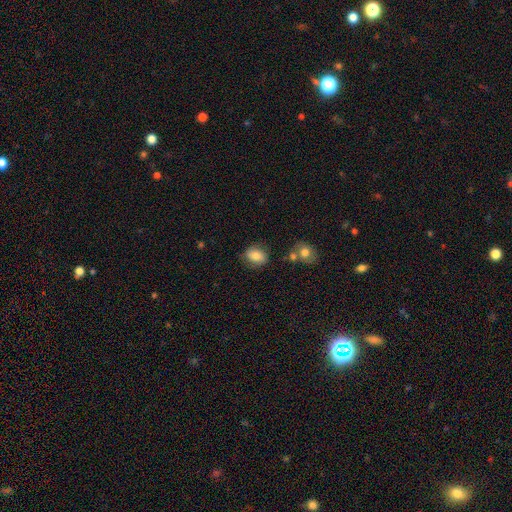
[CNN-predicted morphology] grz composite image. It shows a smooth galaxy with no disk features (80%) that is in between round and cigar-shaped (65%). Merging: none (75%).